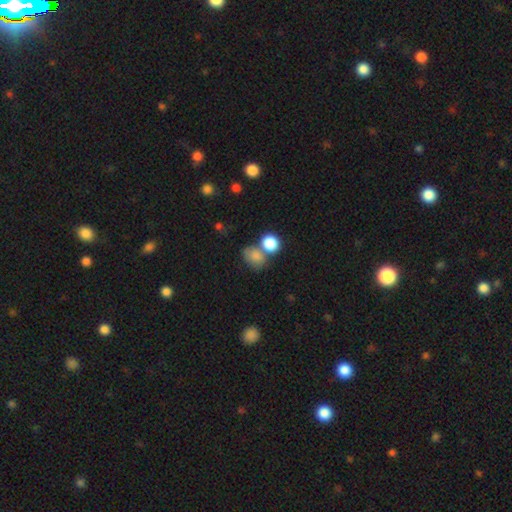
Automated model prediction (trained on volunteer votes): A smooth galaxy with no disk features (81%) that is in between round and cigar-shaped (53%).

Vote fractions:
- Smooth or featured? smooth: 81% / star or artifact: 10% / featured or disk: 9%
- How rounded? in between: 53% / round: 45% / cigar-shaped: 1%
- Merging? merger: 41% / none: 39% / minor disturbance: 14% / major disturbance: 7%